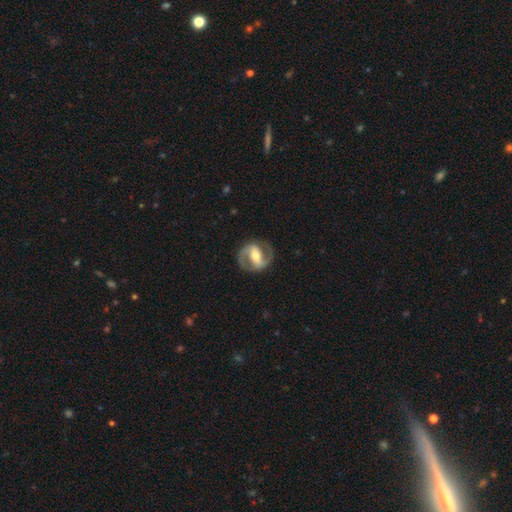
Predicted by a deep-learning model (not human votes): A featured or disk galaxy (85%) with a strong bar (60%), 2 (92%) medium (54%) spiral arms (90%) and a moderate central bulge (67%).

Vote fractions:
- Smooth or featured? featured or disk: 85% / smooth: 11% / star or artifact: 4%
- Edge-on disk? no: 96% / yes: 4%
- Bar? strong: 60% / weak: 27% / no: 12%
- Spiral arms? yes: 90% / no: 10%
- Spiral winding? medium: 54% / tight: 30% / loose: 16%
- Spiral arm count? 2: 92% / can't tell: 3% / 1: 2% / 3: 1% / 4: 1% / more than 4: 1%
- Bulge size? moderate: 67% / small: 23% / large: 8% / none: 1% / dominant: 1%
- Merging? none: 85% / minor disturbance: 10% / major disturbance: 4% / merger: 1%